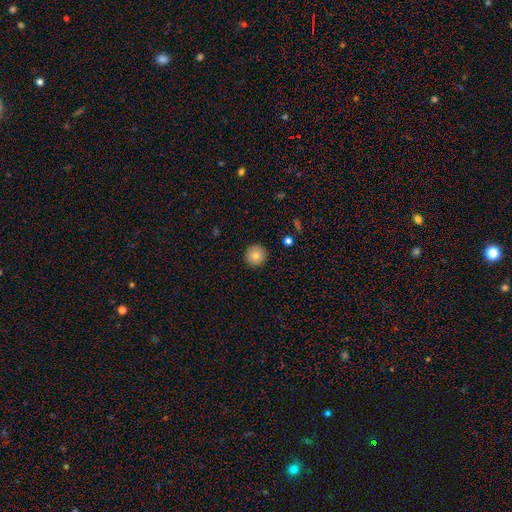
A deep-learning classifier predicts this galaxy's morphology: smooth-or-featured: smooth: 83% | star or artifact: 9% | featured or disk: 8%
  how-rounded: round: 96% | in between: 3% | cigar-shaped: 1%
  merging: none: 92% | minor disturbance: 5% | major disturbance: 2% | merger: 1%